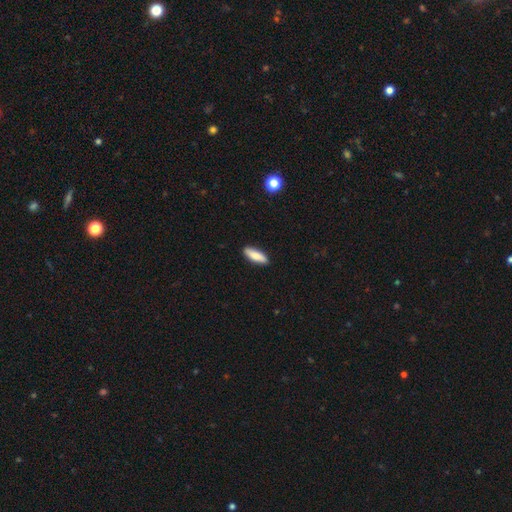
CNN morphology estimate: Q: Smooth or featured?
A: smooth (80%); runner-up: featured or disk (14%)
Q: How rounded?
A: in between (50%); runner-up: cigar-shaped (48%)
Q: Merging?
A: none (89%); runner-up: minor disturbance (9%)